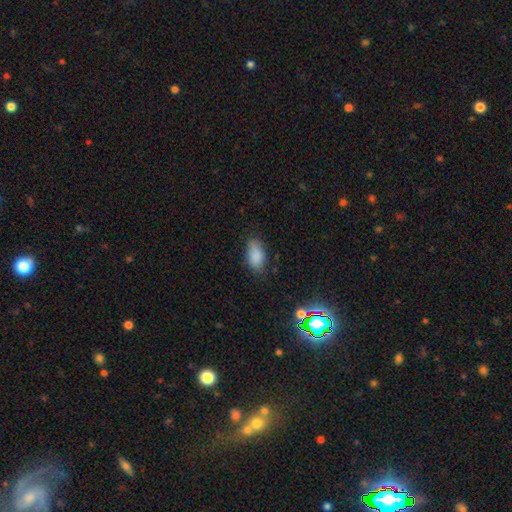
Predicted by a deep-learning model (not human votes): The model was most divided on "merging": none: 76%, minor disturbance: 18%, major disturbance: 4%, merger: 1%. More confident: how rounded — in between (92%); smooth or featured — smooth (86%).